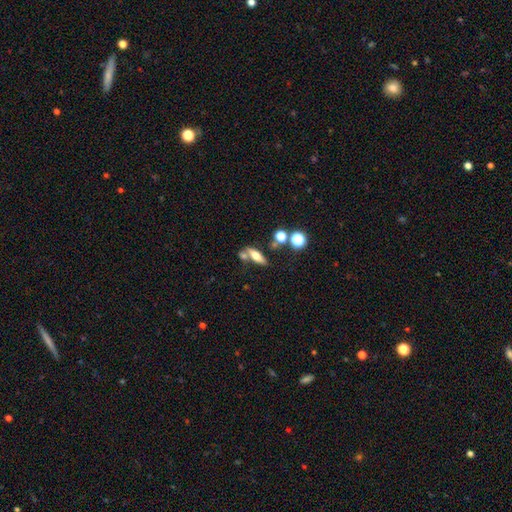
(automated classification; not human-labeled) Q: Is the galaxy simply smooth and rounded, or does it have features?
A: smooth — 54%.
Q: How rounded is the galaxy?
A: in between — 50%.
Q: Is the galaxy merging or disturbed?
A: none — 56%.